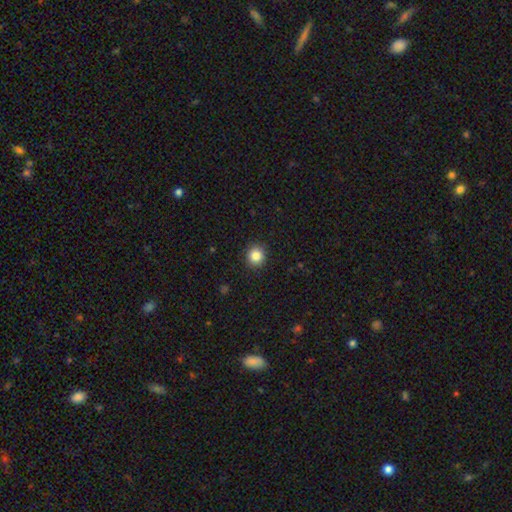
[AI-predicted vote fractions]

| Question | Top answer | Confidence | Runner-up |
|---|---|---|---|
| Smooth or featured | smooth | 85% | star or artifact (11%) |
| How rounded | round | 91% | in between (8%) |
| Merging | none | 91% | minor disturbance (6%) |